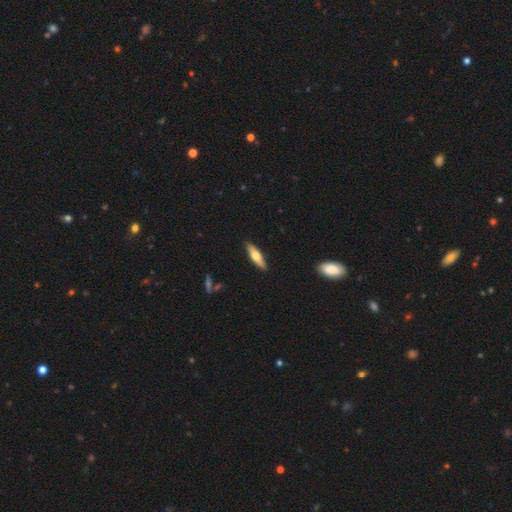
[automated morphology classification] smooth-or-featured: smooth: 60% | featured or disk: 35% | star or artifact: 6%
  how-rounded: cigar-shaped: 61% | in between: 37% | round: 2%
  merging: none: 88% | minor disturbance: 9% | major disturbance: 2% | merger: 1%